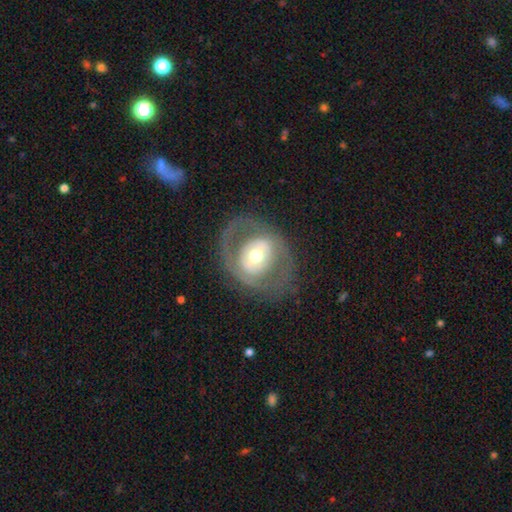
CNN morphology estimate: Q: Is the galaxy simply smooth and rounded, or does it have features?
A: featured or disk — 66%.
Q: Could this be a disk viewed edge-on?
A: no — 94%.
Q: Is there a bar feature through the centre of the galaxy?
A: no — 48%.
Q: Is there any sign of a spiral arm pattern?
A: no — 64%.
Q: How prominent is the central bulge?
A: moderate — 66%.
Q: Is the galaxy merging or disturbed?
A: none — 69%.